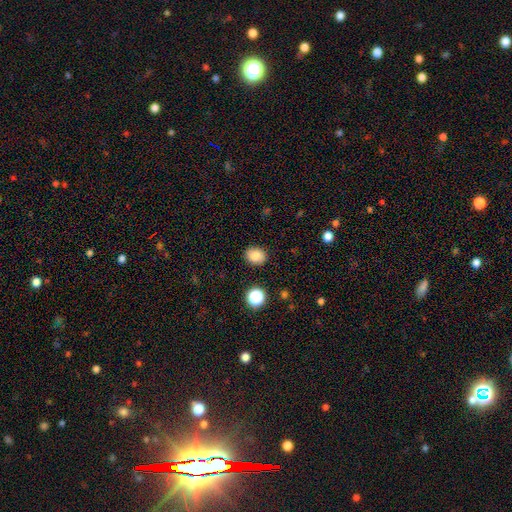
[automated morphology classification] Smooth or featured? Predicted: smooth (p=0.82). How rounded? Predicted: round (p=0.58). Merging? Predicted: none (p=0.88).